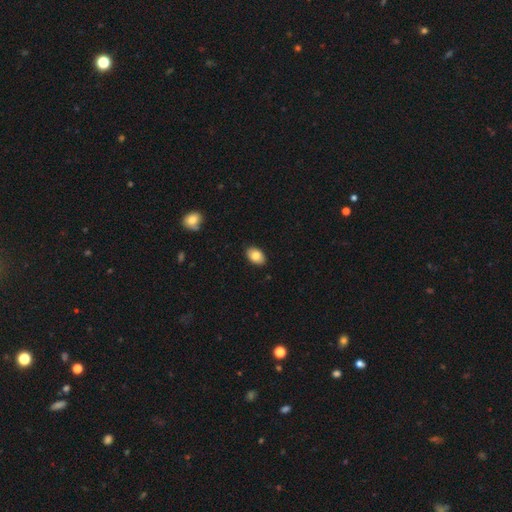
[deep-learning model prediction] This appears to be a smooth galaxy with no disk features (84%) that is in between round and cigar-shaped (90%). Merging: none (88%).